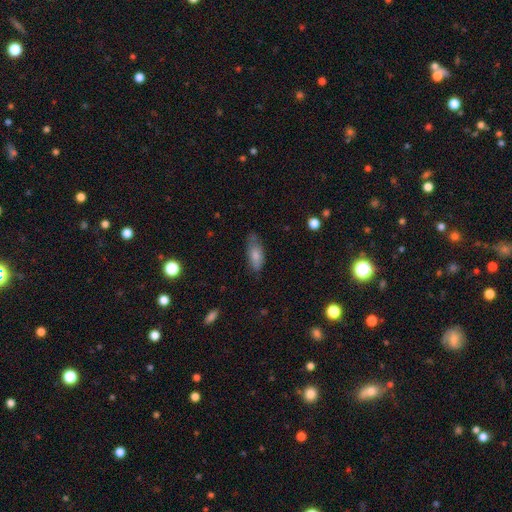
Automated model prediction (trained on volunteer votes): smooth_or_featured: smooth (p=0.77) [alt: featured or disk p=0.16]
how_rounded: in between (p=0.84) [alt: cigar-shaped p=0.14]
merging: none (p=0.59) [alt: minor disturbance p=0.30]